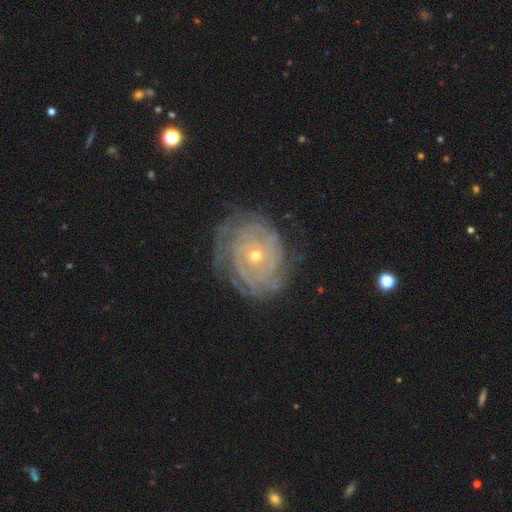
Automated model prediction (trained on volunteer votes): A featured or disk galaxy (87%) with no bar (78%), tight (83%) spiral arms (95%) and a small central bulge (68%). Merging: none (74%).